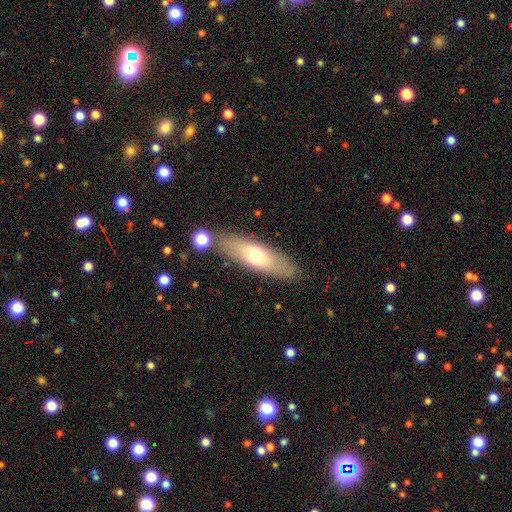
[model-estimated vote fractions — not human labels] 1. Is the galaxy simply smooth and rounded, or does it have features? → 57% smooth, 36% featured or disk, 7% star or artifact.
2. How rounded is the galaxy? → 56% cigar-shaped, 41% in between, 2% round.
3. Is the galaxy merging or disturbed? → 80% none, 12% minor disturbance, 5% merger, 3% major disturbance.